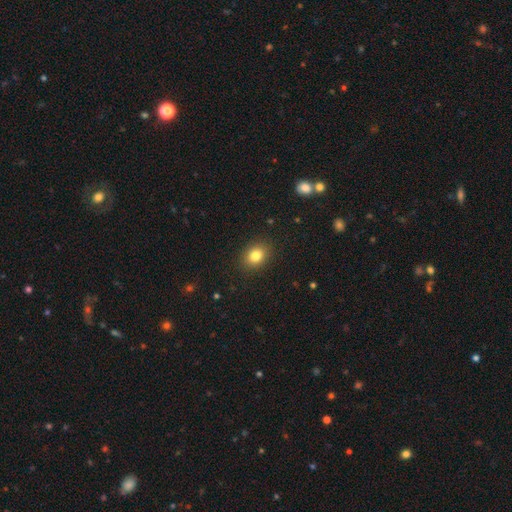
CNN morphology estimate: Smooth or featured? smooth (82%)
How rounded? in between (51%)
Merging? none (89%)